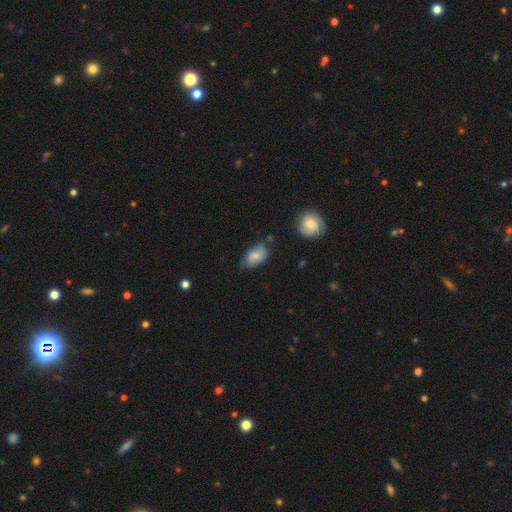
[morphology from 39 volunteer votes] Smooth or featured? smooth (74%)
How rounded? in between (100%)
Merging? minor disturbance (57%)